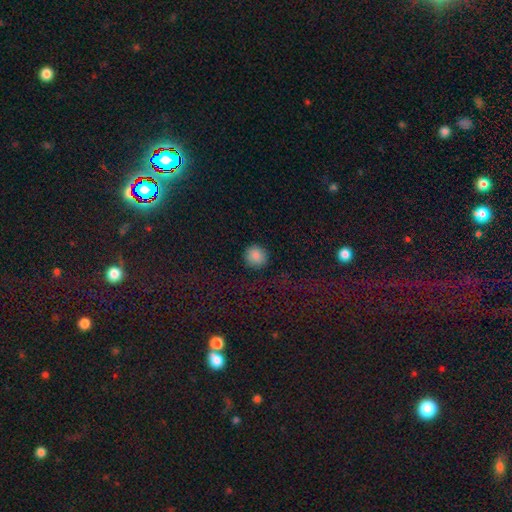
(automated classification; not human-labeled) smooth_or_featured: smooth (p=0.86) [alt: star or artifact p=0.10]
how_rounded: round (p=0.92) [alt: in between p=0.07]
merging: none (p=0.90) [alt: minor disturbance p=0.07]